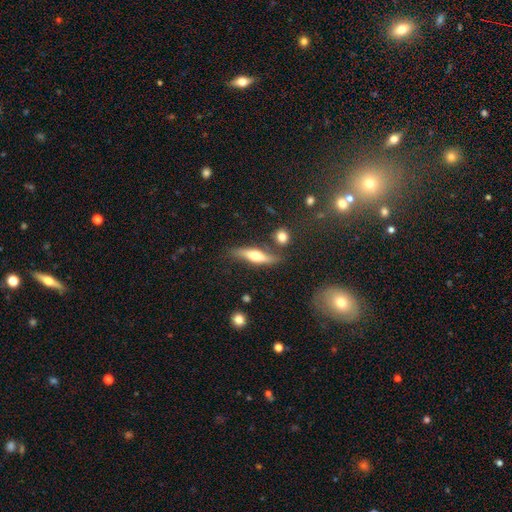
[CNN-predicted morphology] Smooth or featured: featured or disk — 47% (tied with smooth — 47%)
Merging: none — 69% (minor disturbance — 17%)